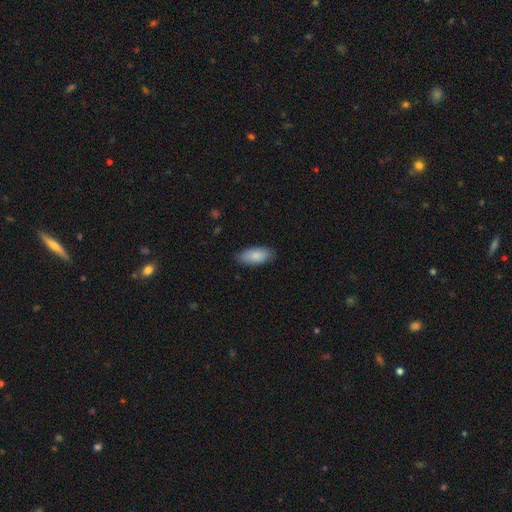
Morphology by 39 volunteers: smooth_or_featured: smooth (p=0.87) [alt: star or artifact p=0.08]
how_rounded: in between (p=0.91) [alt: cigar-shaped p=0.09]
merging: none (p=0.89) [alt: minor disturbance p=0.06]